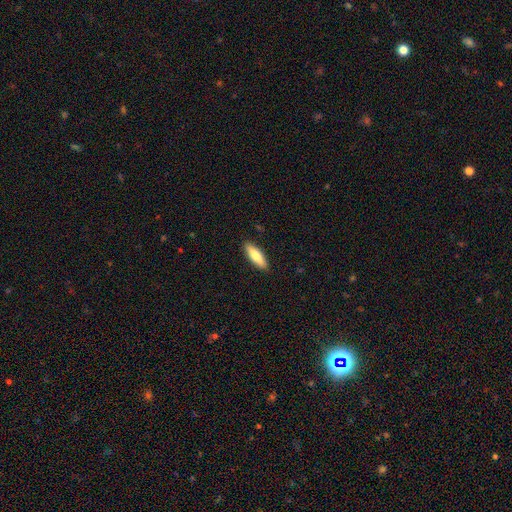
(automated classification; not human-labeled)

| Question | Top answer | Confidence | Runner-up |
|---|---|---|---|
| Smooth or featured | smooth | 75% | featured or disk (20%) |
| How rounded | cigar-shaped | 50% | in between (48%) |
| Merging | none | 90% | minor disturbance (7%) |